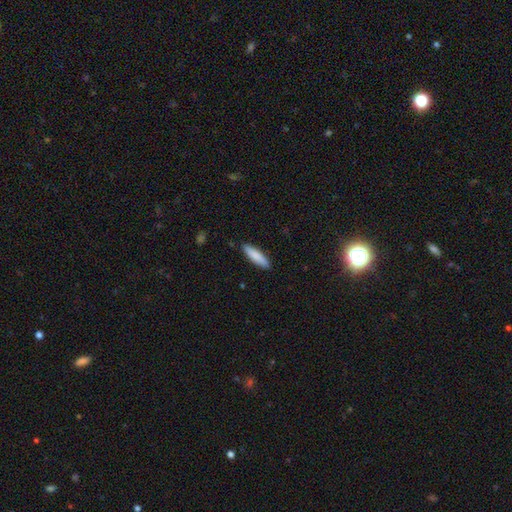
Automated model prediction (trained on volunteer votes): Smooth or featured? smooth (84%)
How rounded? cigar-shaped (76%)
Merging? none (89%)